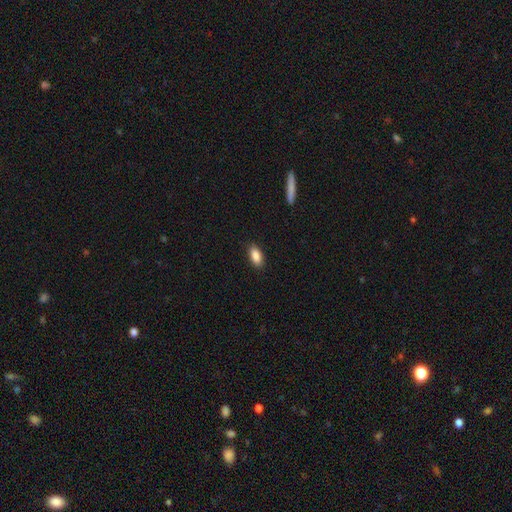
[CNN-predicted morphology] A smooth galaxy with no disk features (88%) that is in between round and cigar-shaped (89%). Merging: none (87%).